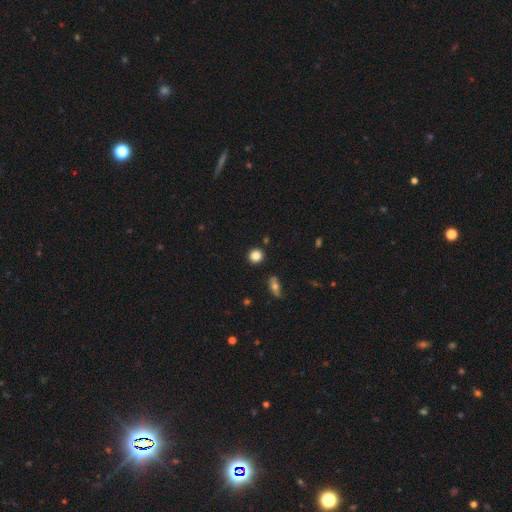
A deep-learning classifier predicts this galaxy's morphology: This is clearly a smooth galaxy (85%). How rounded: clearly round (91%). Merging: clearly none (89%).